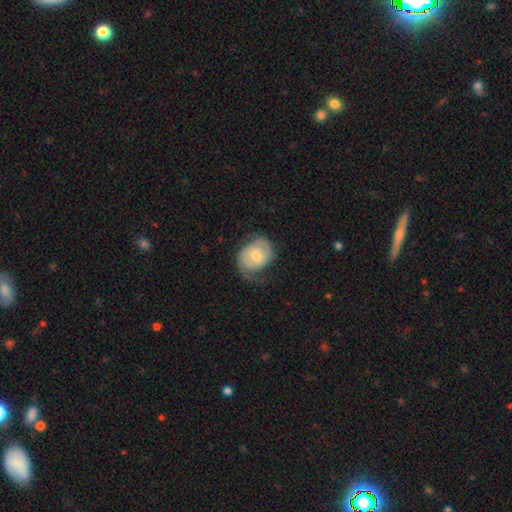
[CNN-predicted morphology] Smooth or featured? Predicted: featured or disk (p=0.70). Edge-on disk? Predicted: no (p=0.97). Bar? Predicted: no (p=0.67). Spiral arms? Predicted: yes (p=0.90). Spiral winding? Predicted: tight (p=0.40). Spiral arm count? Predicted: 2 (p=0.79). Bulge size? Predicted: moderate (p=0.46, tied with small). Merging? Predicted: none (p=0.60).